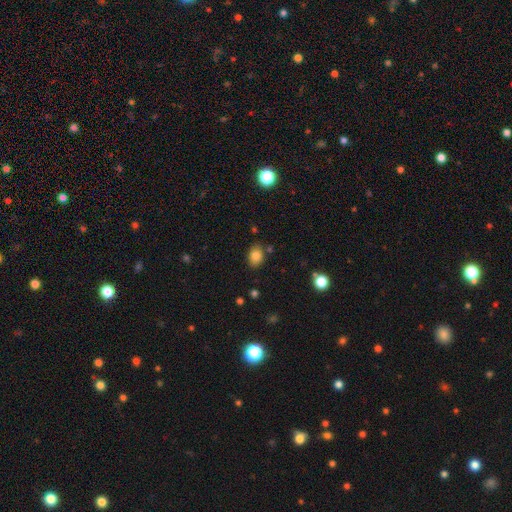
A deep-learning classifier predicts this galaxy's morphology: Smooth or featured?
  - smooth: 82% *
  - star or artifact: 11%
  - featured or disk: 7%
How rounded?
  - in between: 71% *
  - round: 28%
  - cigar-shaped: 1%
Merging?
  - none: 79% *
  - minor disturbance: 14%
  - merger: 4%
  - major disturbance: 3%